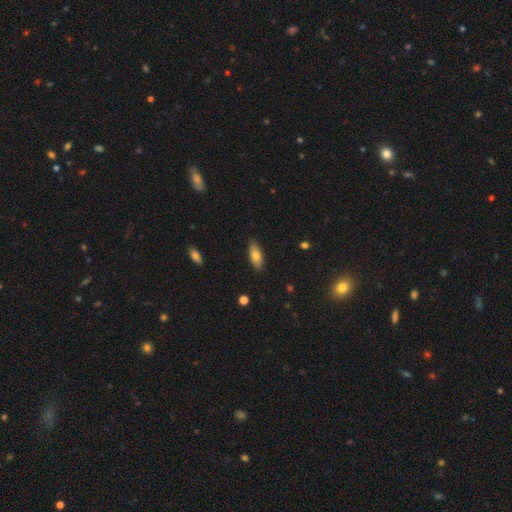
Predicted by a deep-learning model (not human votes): This is likely a smooth galaxy (72%). How rounded: likely in between (78%). Merging: clearly none (87%).